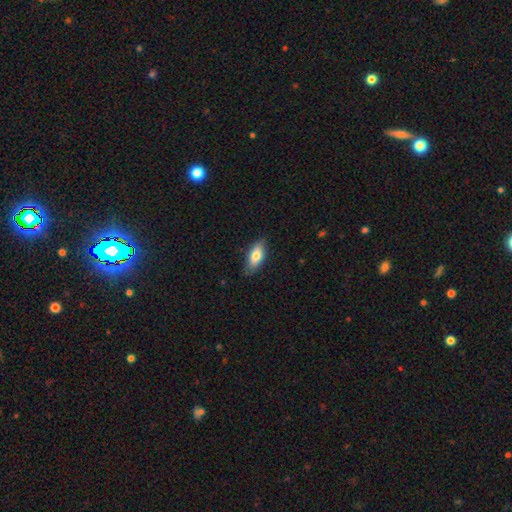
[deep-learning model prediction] This appears to be a smooth galaxy with no disk features (76%) that is in between round and cigar-shaped (84%). Merging: none (82%).